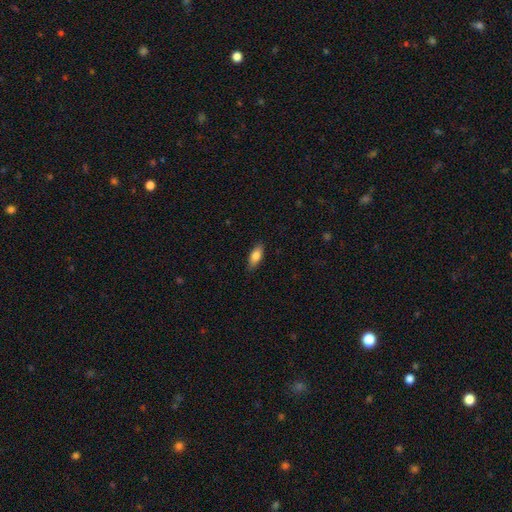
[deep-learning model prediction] smooth-or-featured: smooth: 82% | featured or disk: 11% | star or artifact: 7%
  how-rounded: in between: 80% | cigar-shaped: 17% | round: 2%
  merging: none: 86% | minor disturbance: 11% | major disturbance: 2% | merger: 1%